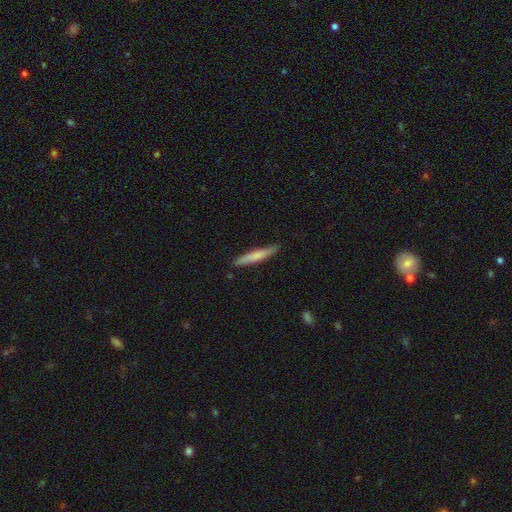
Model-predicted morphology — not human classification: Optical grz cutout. It shows a smooth galaxy with no disk features (68%) that is cigar-shaped (94%). Merging: none (88%).